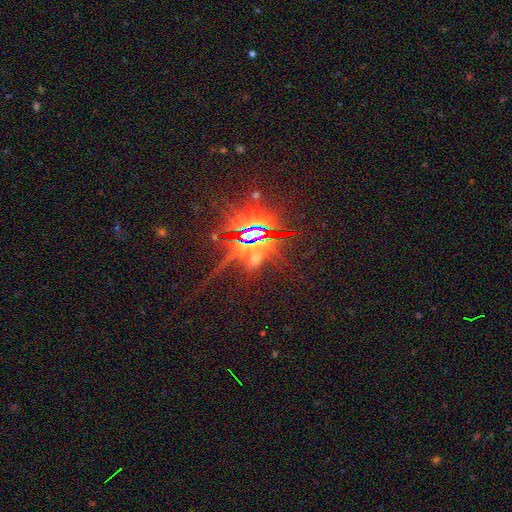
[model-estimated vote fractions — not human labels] star or artifact 79%, featured or disk 12%, smooth 10%.